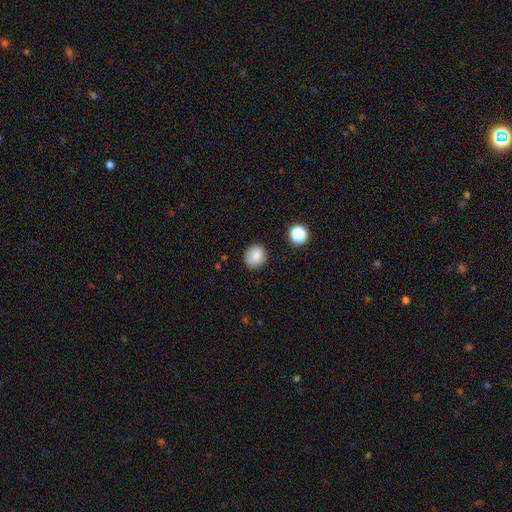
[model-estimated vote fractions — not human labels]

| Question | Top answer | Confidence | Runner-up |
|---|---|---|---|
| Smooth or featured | smooth | 84% | star or artifact (10%) |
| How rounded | round | 75% | in between (24%) |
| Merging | none | 86% | minor disturbance (10%) |